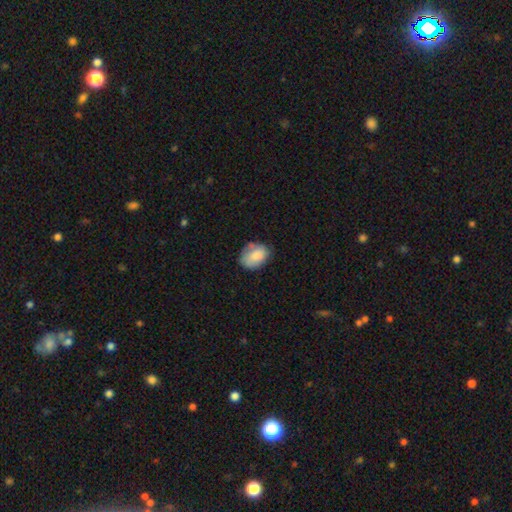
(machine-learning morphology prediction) This appears to be a smooth galaxy with no disk features (79%) that is in between round and cigar-shaped (74%). Merging: none (59%).